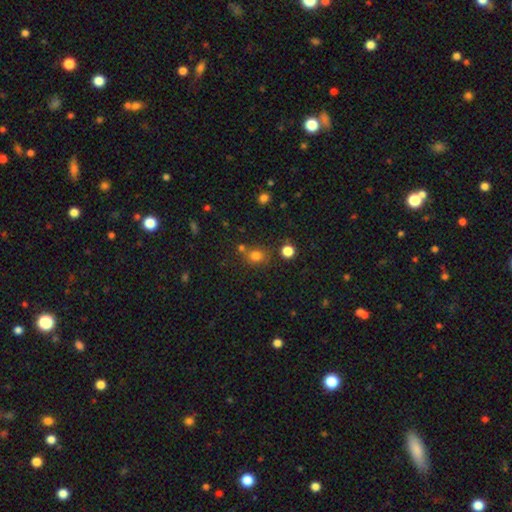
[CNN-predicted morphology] Smooth or featured? Predicted: smooth (p=0.76). How rounded? Predicted: round (p=0.65). Merging? Predicted: none (p=0.65).